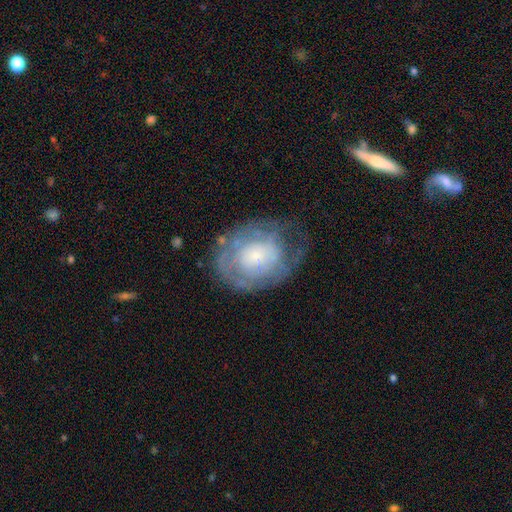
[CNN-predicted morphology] featured or disk 60%, smooth 32%, star or artifact 8%. Down the decision tree: edge-on disk — no (97%); bar — no (84%); spiral arms — yes (55%); bulge size — small (42%); merging — none (57%).